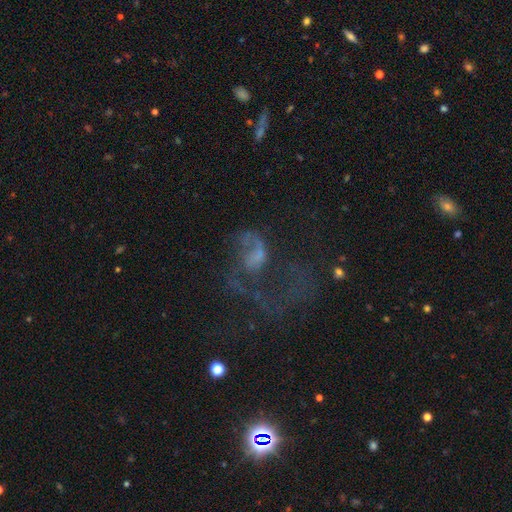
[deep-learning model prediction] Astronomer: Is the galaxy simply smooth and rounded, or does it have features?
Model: featured or disk — 57%.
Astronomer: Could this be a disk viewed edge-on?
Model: no — 97%.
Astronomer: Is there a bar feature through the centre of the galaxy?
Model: no — 77%.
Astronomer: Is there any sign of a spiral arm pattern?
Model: no — 61% (runner-up: yes, 39%).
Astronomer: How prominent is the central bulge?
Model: none — 48% (runner-up: small, 27%).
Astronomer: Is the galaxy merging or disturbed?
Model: major disturbance — 61%.